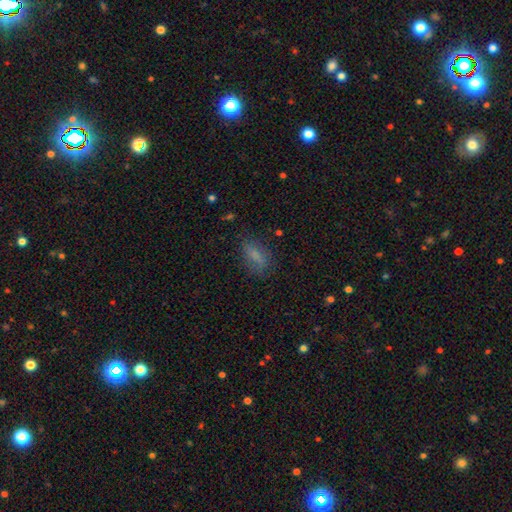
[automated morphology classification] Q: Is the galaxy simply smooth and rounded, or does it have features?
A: smooth — 74%.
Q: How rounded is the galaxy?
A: in between — 71%.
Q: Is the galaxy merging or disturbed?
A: none — 72%.